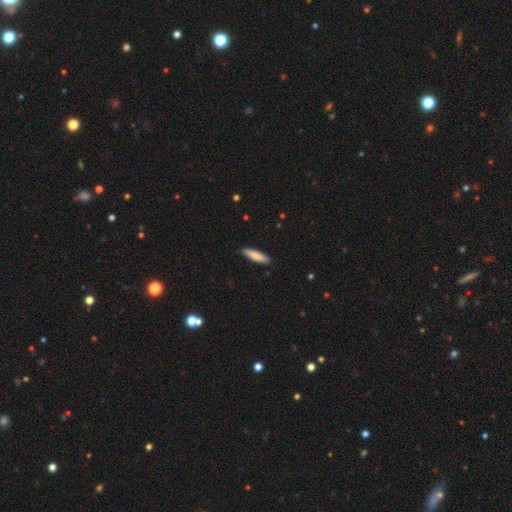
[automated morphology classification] smooth_or_featured: smooth (p=0.83) [alt: featured or disk p=0.12]
how_rounded: cigar-shaped (p=0.68) [alt: in between p=0.31]
merging: none (p=0.89) [alt: minor disturbance p=0.09]